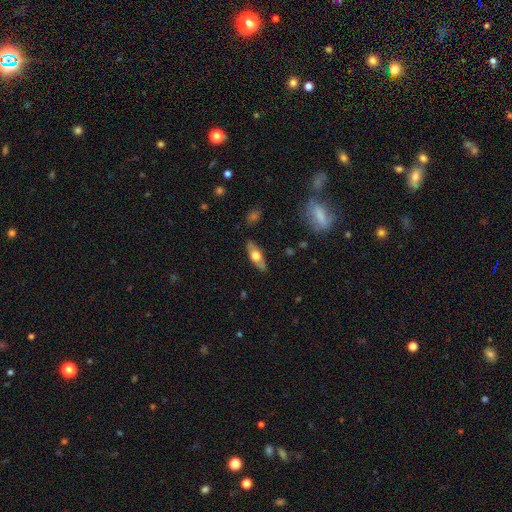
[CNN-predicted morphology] Smooth or featured: smooth — 51% (featured or disk — 43%)
How rounded: in between — 61% (cigar-shaped — 35%)
Merging: none — 86% (minor disturbance — 10%)